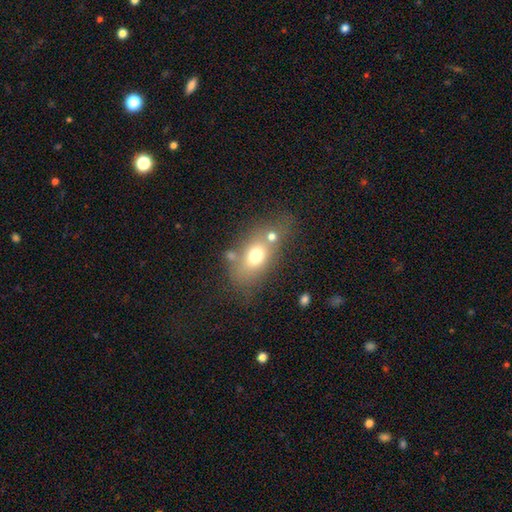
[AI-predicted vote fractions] Smooth or featured?
  - smooth: 68% *
  - featured or disk: 20%
  - star or artifact: 11%
How rounded?
  - in between: 77% *
  - round: 19%
  - cigar-shaped: 4%
Merging?
  - none: 48% *
  - merger: 28%
  - minor disturbance: 15%
  - major disturbance: 9%